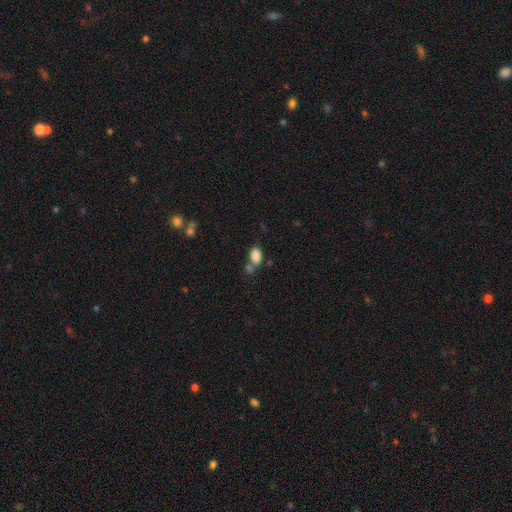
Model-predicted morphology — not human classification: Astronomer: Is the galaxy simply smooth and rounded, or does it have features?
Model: smooth — 83%.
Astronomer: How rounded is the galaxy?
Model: in between — 89%.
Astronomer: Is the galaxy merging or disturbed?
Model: none — 48% (runner-up: merger, 32%).